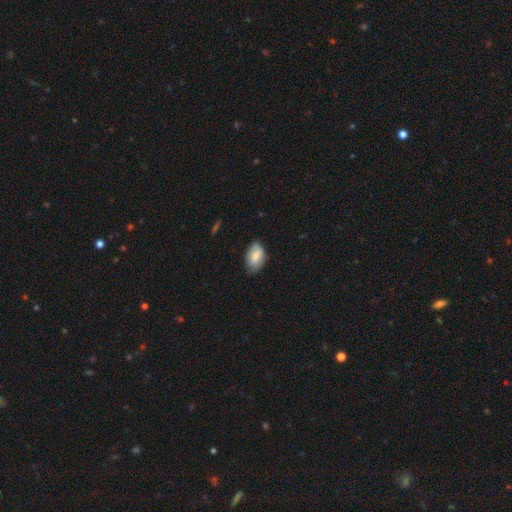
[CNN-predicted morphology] Smooth or featured: smooth — 77% (featured or disk — 17%)
How rounded: in between — 91% (round — 7%)
Merging: none — 64% (minor disturbance — 30%)